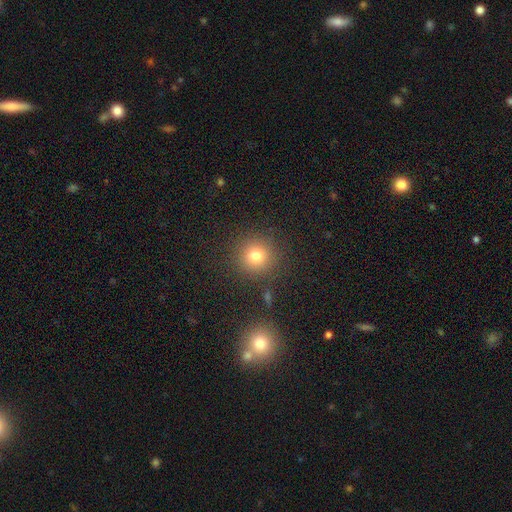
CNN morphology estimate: Q: Smooth or featured?
A: smooth (77%); runner-up: star or artifact (15%)
Q: How rounded?
A: round (93%); runner-up: in between (6%)
Q: Merging?
A: none (87%); runner-up: minor disturbance (7%)